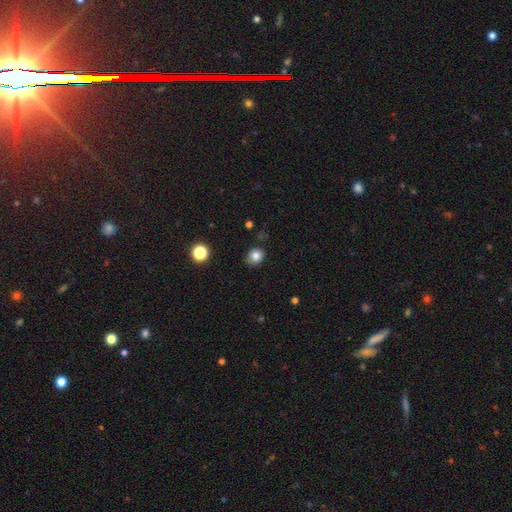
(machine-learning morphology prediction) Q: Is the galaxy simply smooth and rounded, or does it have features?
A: smooth — 81%.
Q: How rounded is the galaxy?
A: round — 70%.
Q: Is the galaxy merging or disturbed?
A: none — 78%.